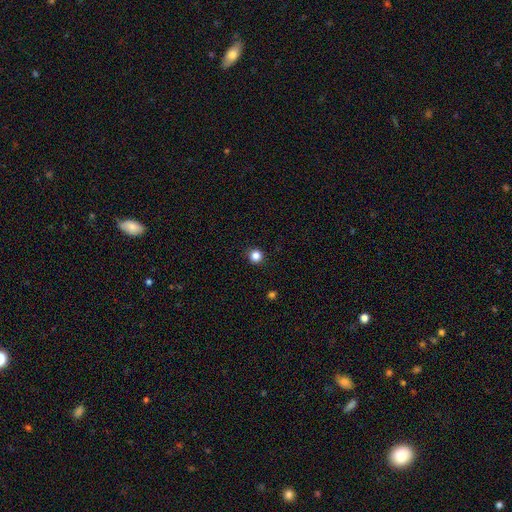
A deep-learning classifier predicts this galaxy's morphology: smooth-or-featured: smooth: 85% | star or artifact: 12% | featured or disk: 3%
  how-rounded: round: 95% | in between: 4% | cigar-shaped: 1%
  merging: none: 93% | minor disturbance: 5% | major disturbance: 2% | merger: 1%